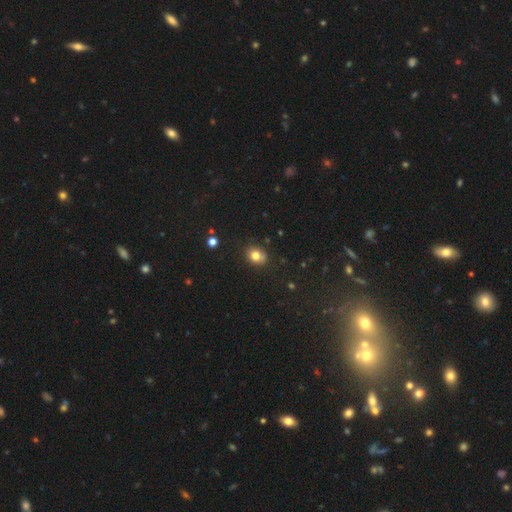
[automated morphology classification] This appears to be a smooth galaxy with no disk features (79%) that is round (63%). Merging: none (77%).